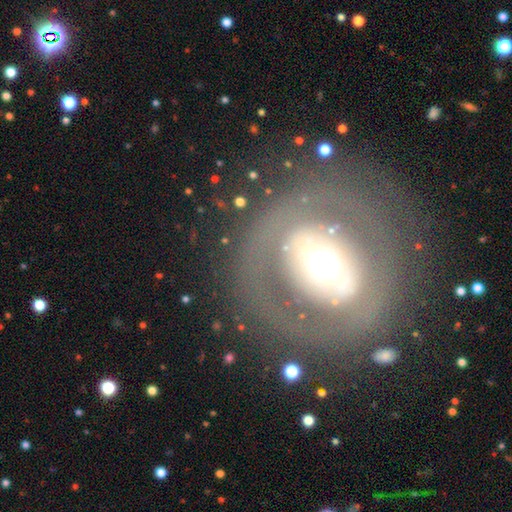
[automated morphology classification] A featured or disk galaxy (64%) with no bar (42%), no spiral arms (74%) and a moderate central bulge (47%). Merging: none (77%).